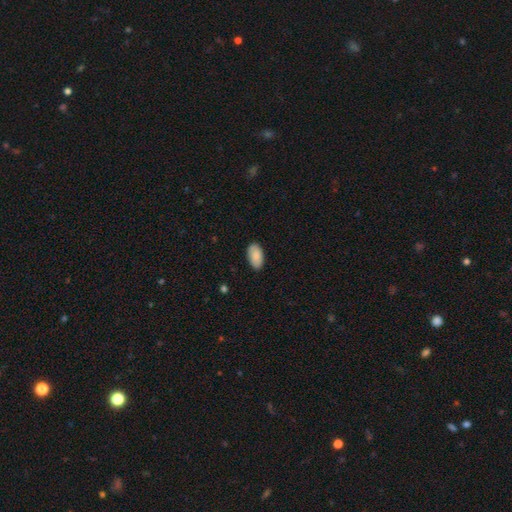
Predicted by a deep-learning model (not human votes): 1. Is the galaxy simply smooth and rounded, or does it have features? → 87% smooth, 7% featured or disk, 6% star or artifact.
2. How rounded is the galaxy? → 95% in between, 3% round, 2% cigar-shaped.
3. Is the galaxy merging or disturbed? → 83% none, 13% minor disturbance, 2% major disturbance, 1% merger.